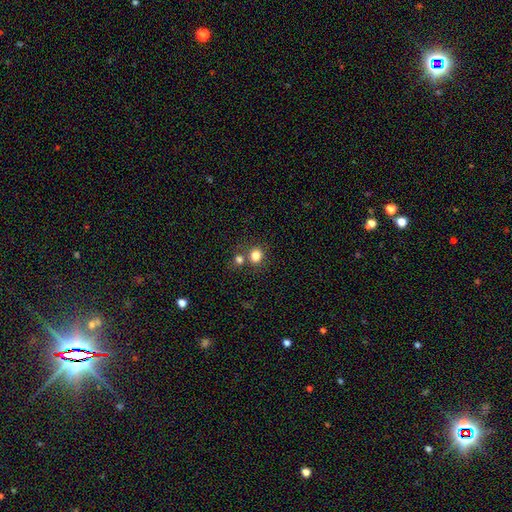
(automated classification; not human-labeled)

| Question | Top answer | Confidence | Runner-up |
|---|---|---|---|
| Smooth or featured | smooth | 81% | star or artifact (13%) |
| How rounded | round | 78% | in between (22%) |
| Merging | none | 63% | merger (25%) |